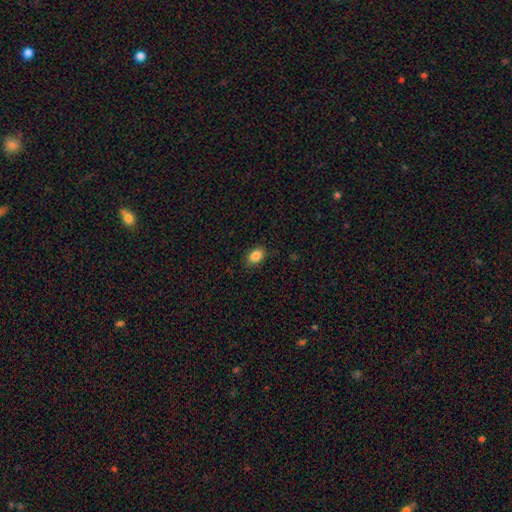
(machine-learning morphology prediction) type=smooth (87%); roundness=in between (83%); merging=none (87%).